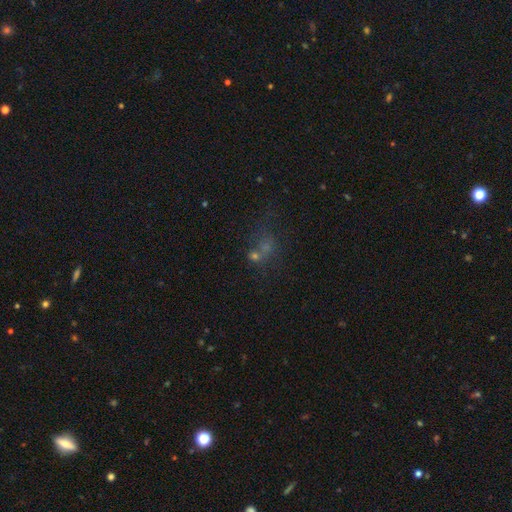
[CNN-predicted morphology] smooth_or_featured: smooth (p=0.45) [alt: star or artifact p=0.34]
merging: merger (p=0.41) [alt: none p=0.35]